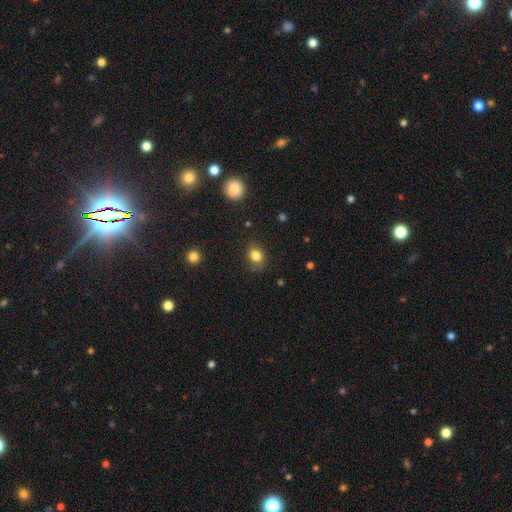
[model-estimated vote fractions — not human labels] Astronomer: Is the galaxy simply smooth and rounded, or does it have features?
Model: smooth — 82%.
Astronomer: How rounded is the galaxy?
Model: round — 51% (runner-up: in between, 48%).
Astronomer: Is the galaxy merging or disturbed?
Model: none — 77%.